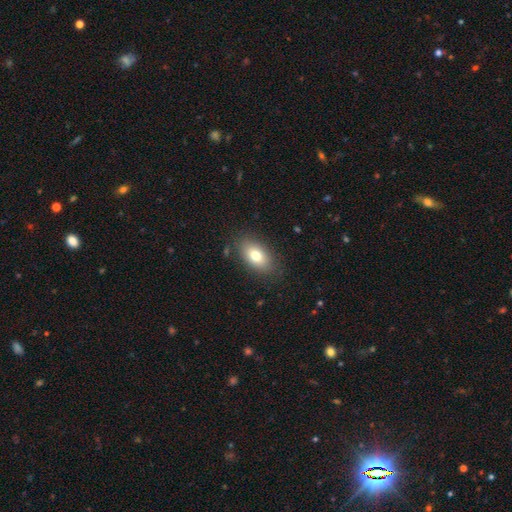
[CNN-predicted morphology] Smooth or featured? Predicted: smooth (p=0.77). How rounded? Predicted: in between (p=0.89). Merging? Predicted: none (p=0.84).